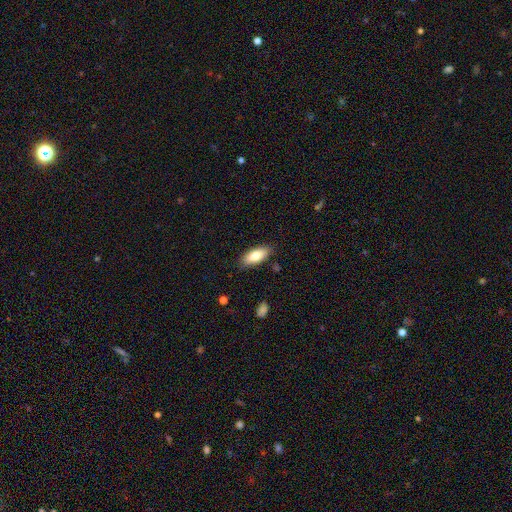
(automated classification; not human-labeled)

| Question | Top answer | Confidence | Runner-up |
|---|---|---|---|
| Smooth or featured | smooth | 79% | featured or disk (14%) |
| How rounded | in between | 84% | cigar-shaped (14%) |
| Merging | none | 84% | minor disturbance (12%) |